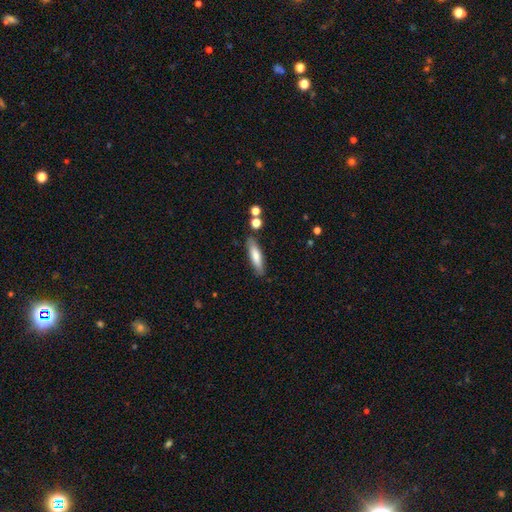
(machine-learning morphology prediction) This is likely a smooth galaxy (71%). How rounded: likely cigar-shaped (73%). Merging: clearly none (82%).